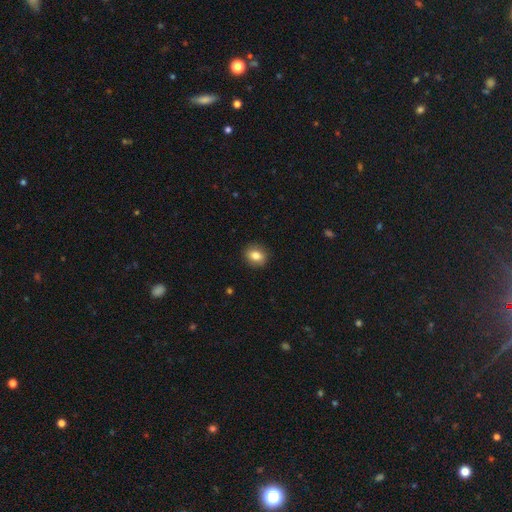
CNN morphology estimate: smooth_or_featured: smooth (p=0.82) [alt: featured or disk p=0.09]
how_rounded: round (p=0.58) [alt: in between p=0.41]
merging: none (p=0.90) [alt: minor disturbance p=0.07]